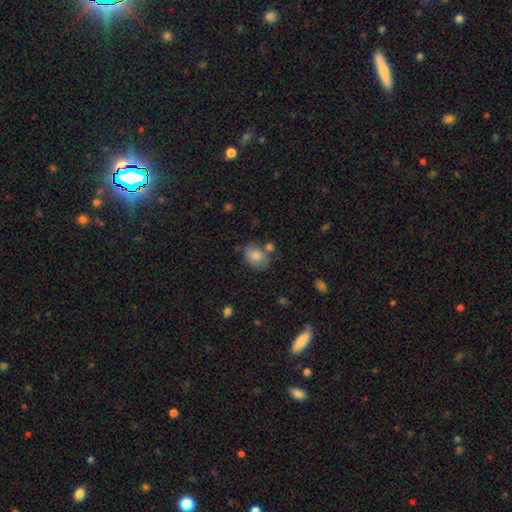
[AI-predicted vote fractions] A smooth galaxy with no disk features (80%) that is in between round and cigar-shaped (60%).

Vote fractions:
- Smooth or featured? smooth: 80% / featured or disk: 12% / star or artifact: 8%
- How rounded? in between: 60% / round: 39% / cigar-shaped: 1%
- Merging? none: 56% / minor disturbance: 21% / merger: 15% / major disturbance: 8%